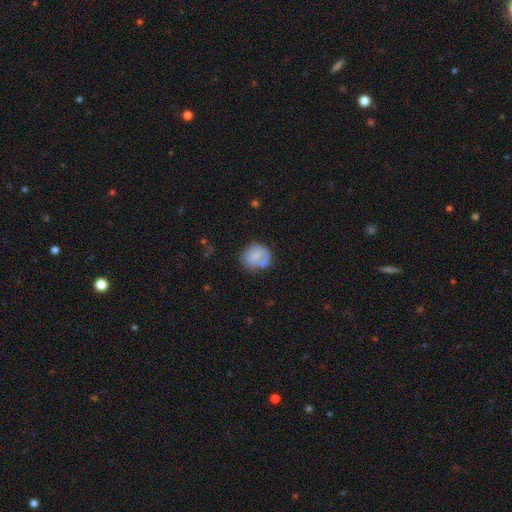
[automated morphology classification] A smooth galaxy with no disk features (69%) that is round (68%).

Vote fractions:
- Smooth or featured? smooth: 69% / featured or disk: 22% / star or artifact: 9%
- How rounded? round: 68% / in between: 31% / cigar-shaped: 1%
- Merging? none: 54% / minor disturbance: 24% / major disturbance: 12% / merger: 10%